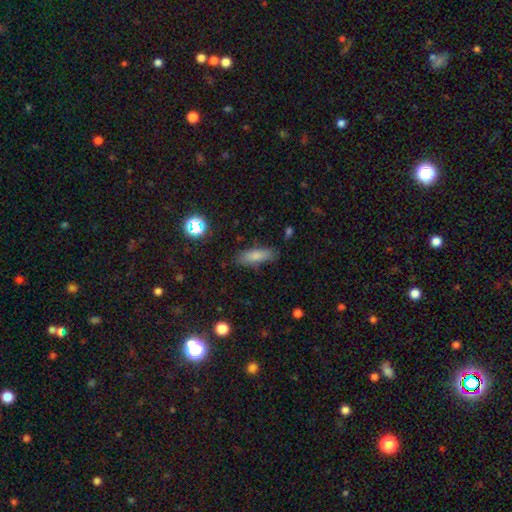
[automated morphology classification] The model was most divided on "how rounded": in between: 63%, cigar-shaped: 35%, round: 2%. More confident: smooth or featured — smooth (80%); merging — none (80%).